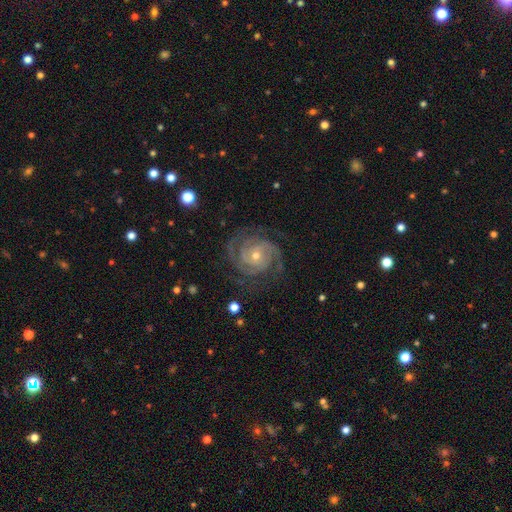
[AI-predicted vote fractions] smooth-or-featured: featured or disk: 92% | star or artifact: 5% | smooth: 3%
  disk-edge-on: no: 98% | yes: 2%
    bar: no: 67% | weak: 25% | strong: 9%
    has-spiral-arms: yes: 98% | no: 2%
      spiral-winding: tight: 72% | medium: 25% | loose: 3%
      spiral-arm-count: 2: 35% | 3: 31% | can't tell: 11% | 4: 11% | more than 4: 6% | 1: 6%
    bulge-size: small: 63% | moderate: 34% | large: 1% | none: 1% | dominant: 1%
  merging: none: 77% | minor disturbance: 15% | major disturbance: 7% | merger: 1%